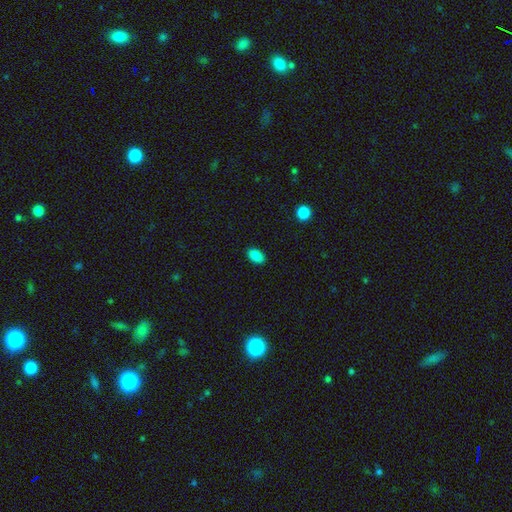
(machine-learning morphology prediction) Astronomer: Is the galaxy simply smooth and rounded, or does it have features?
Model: smooth — 88%.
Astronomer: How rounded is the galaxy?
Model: in between — 93%.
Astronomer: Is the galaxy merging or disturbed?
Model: none — 89%.